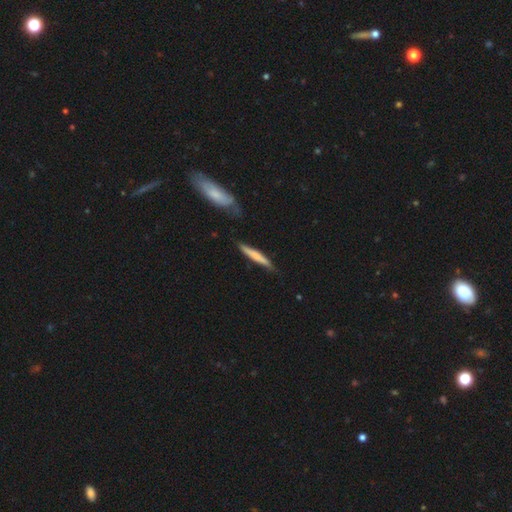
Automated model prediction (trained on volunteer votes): Smooth or featured?
  - smooth: 65% *
  - featured or disk: 30%
  - star or artifact: 5%
How rounded?
  - cigar-shaped: 94% *
  - in between: 5%
  - round: 1%
Merging?
  - none: 77% *
  - minor disturbance: 17%
  - major disturbance: 3%
  - merger: 3%